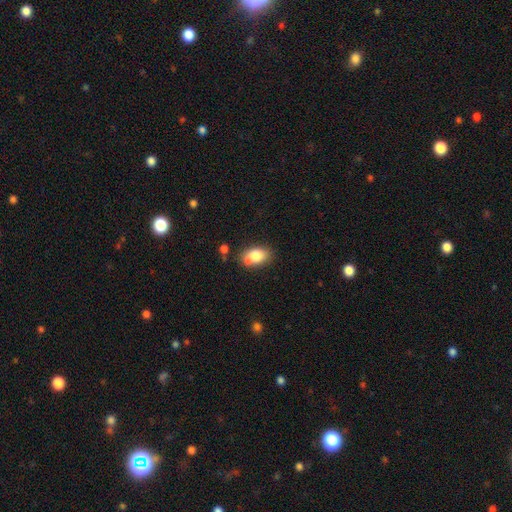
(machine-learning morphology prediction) smooth_or_featured: smooth (p=0.79) [alt: featured or disk p=0.13]
how_rounded: in between (p=0.83) [alt: round p=0.15]
merging: none (p=0.56) [alt: minor disturbance p=0.20]